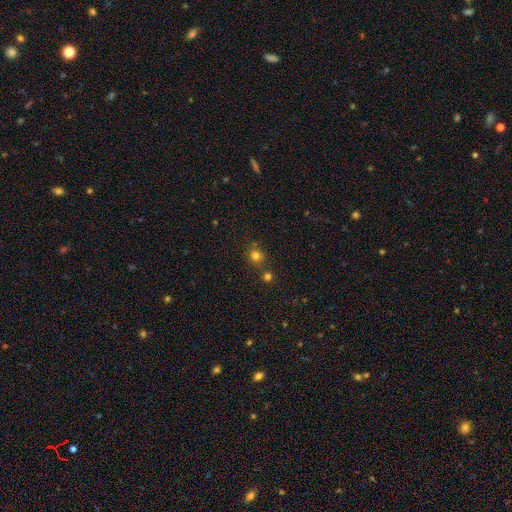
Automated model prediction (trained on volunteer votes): A smooth galaxy with no disk features (76%) that is round (87%).

Vote fractions:
- Smooth or featured? smooth: 76% / star or artifact: 17% / featured or disk: 6%
- How rounded? round: 87% / in between: 12% / cigar-shaped: 1%
- Merging? none: 74% / merger: 13% / minor disturbance: 10% / major disturbance: 3%